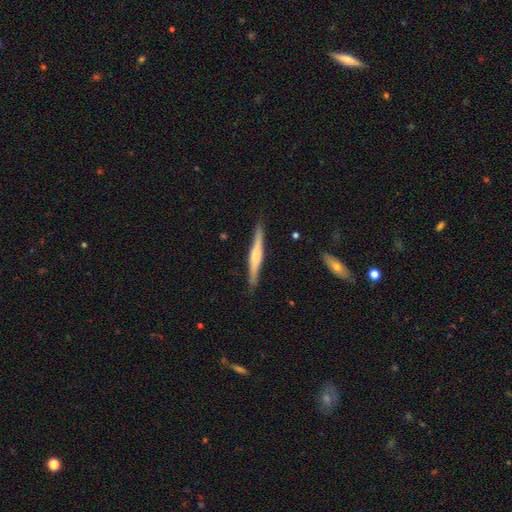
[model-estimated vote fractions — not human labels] This appears to be a featured or disk galaxy (63%) viewed edge-on (97%) with a rounded central bulge (71%). Merging: none (88%).